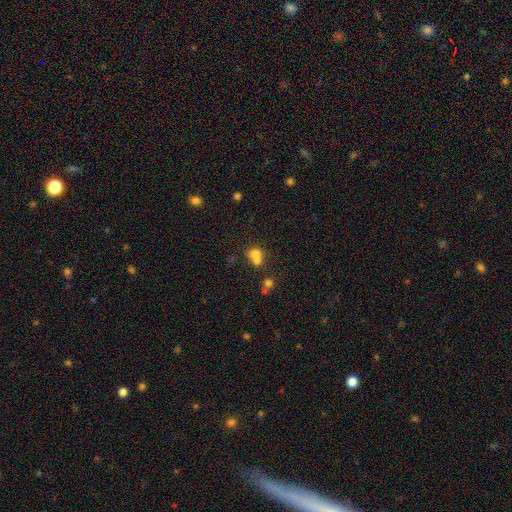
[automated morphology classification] This is likely a smooth galaxy (69%). How rounded: likely round (68%). Merging: likely merger (62%).